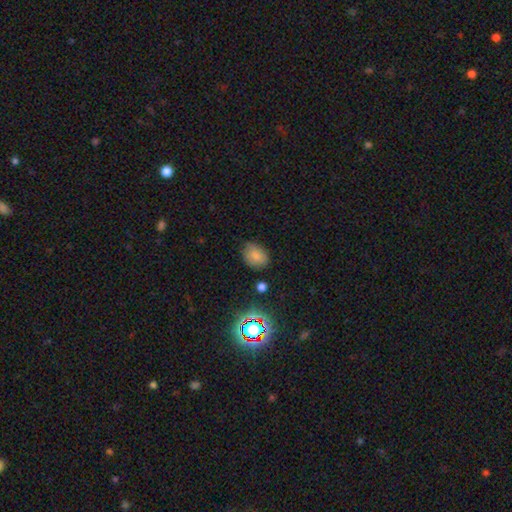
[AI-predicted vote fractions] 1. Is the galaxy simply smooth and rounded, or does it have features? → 78% smooth, 14% star or artifact, 7% featured or disk.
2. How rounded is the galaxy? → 67% in between, 32% round, 1% cigar-shaped.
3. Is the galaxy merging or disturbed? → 73% none, 21% minor disturbance, 4% major disturbance, 2% merger.